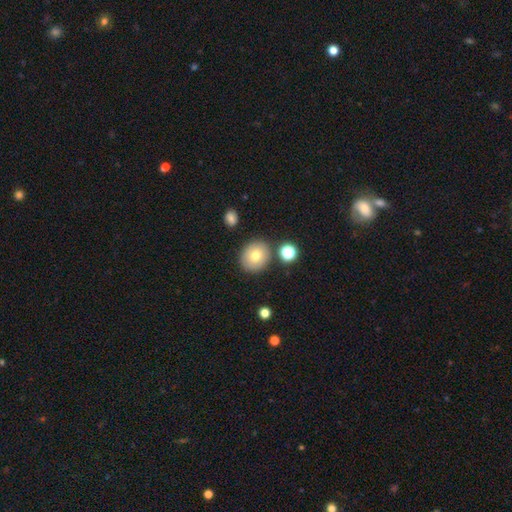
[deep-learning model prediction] Overall: smooth (72%). How rounded: round (72%). Merging: none (81%).